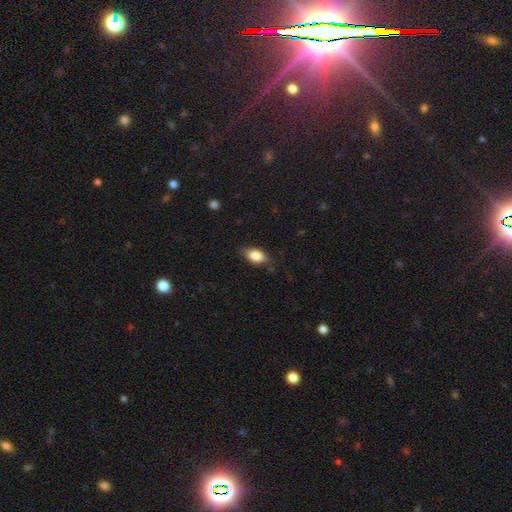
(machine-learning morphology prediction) smooth_or_featured: smooth (p=0.82) [alt: featured or disk p=0.10]
how_rounded: in between (p=0.86) [alt: round p=0.09]
merging: none (p=0.78) [alt: minor disturbance p=0.17]